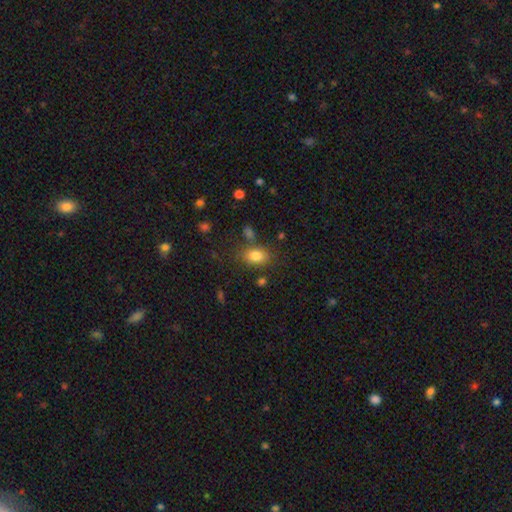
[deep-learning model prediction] Smooth or featured? smooth (80%)
How rounded? in between (76%)
Merging? none (73%)